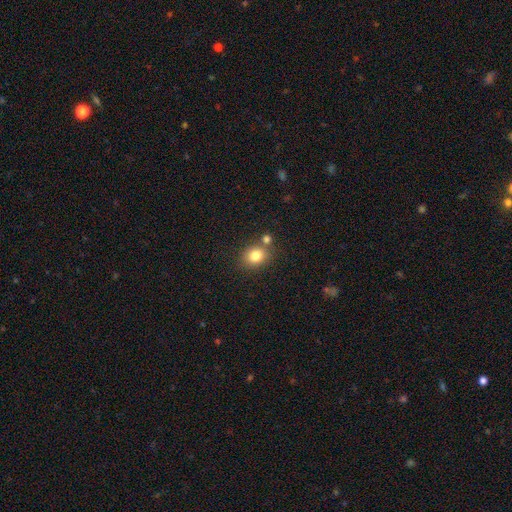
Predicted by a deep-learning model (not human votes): The model was most divided on "how rounded": round: 60%, in between: 40%, cigar-shaped: 1%. More confident: smooth or featured — smooth (81%); merging — none (69%).